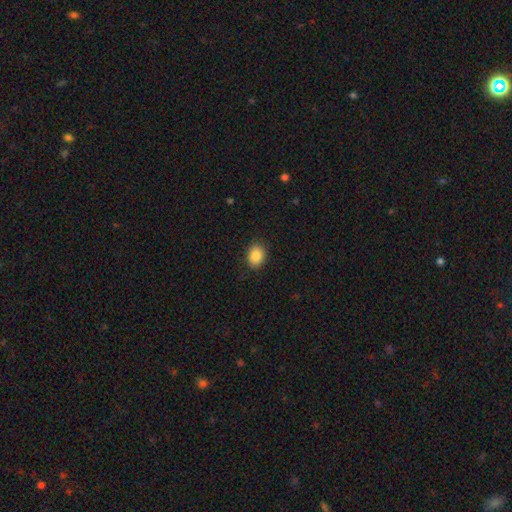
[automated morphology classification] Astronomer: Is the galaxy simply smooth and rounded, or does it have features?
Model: smooth — 86%.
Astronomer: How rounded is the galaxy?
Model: in between — 65%.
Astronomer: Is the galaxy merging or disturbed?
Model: none — 88%.